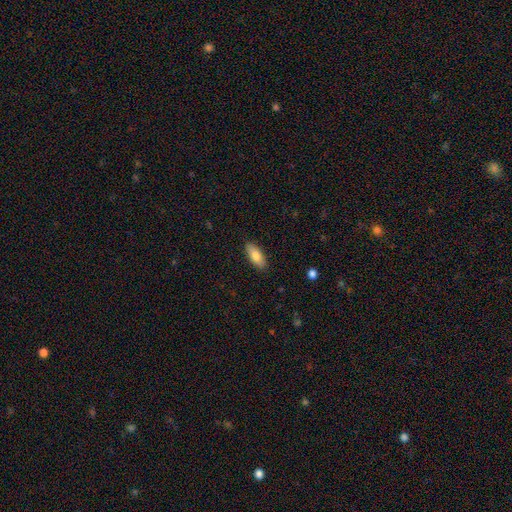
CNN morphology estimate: Smooth or featured?
  - smooth: 80% *
  - featured or disk: 13%
  - star or artifact: 6%
How rounded?
  - in between: 80% *
  - cigar-shaped: 18%
  - round: 2%
Merging?
  - none: 88% *
  - minor disturbance: 9%
  - major disturbance: 2%
  - merger: 1%